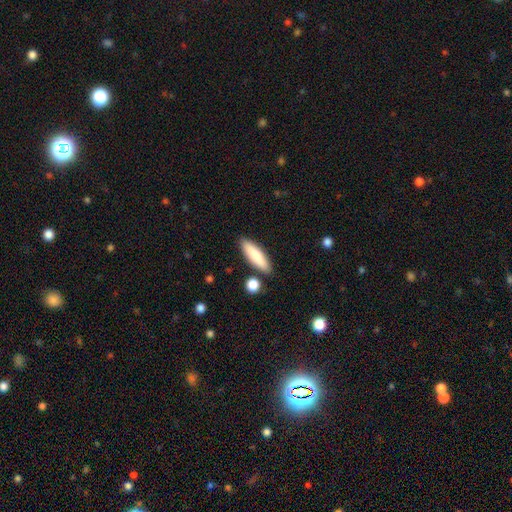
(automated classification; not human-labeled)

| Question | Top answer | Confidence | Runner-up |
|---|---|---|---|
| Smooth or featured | smooth | 82% | featured or disk (13%) |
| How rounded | cigar-shaped | 57% | in between (41%) |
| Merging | none | 83% | minor disturbance (10%) |